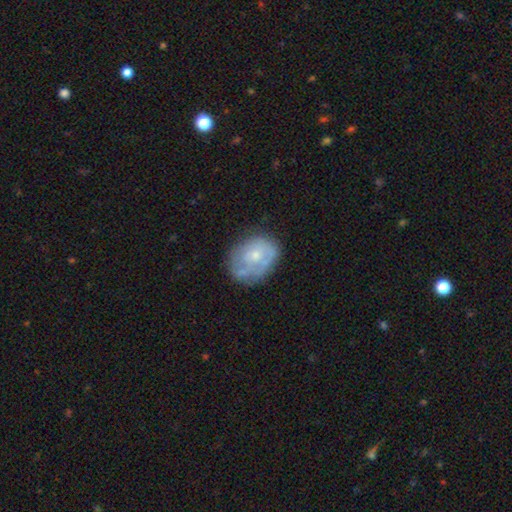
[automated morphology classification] A featured or disk galaxy (50%).

Vote fractions:
- Smooth or featured? featured or disk: 50% / smooth: 43% / star or artifact: 7%
- Edge-on disk? no: 97% / yes: 3%
- Merging? none: 56% / minor disturbance: 28% / major disturbance: 12% / merger: 4%